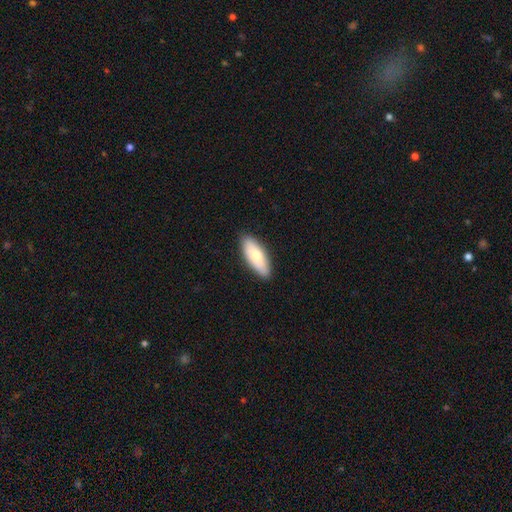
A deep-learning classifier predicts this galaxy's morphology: This appears to be a smooth galaxy with no disk features (76%) that is in between round and cigar-shaped (73%). Merging: none (87%).